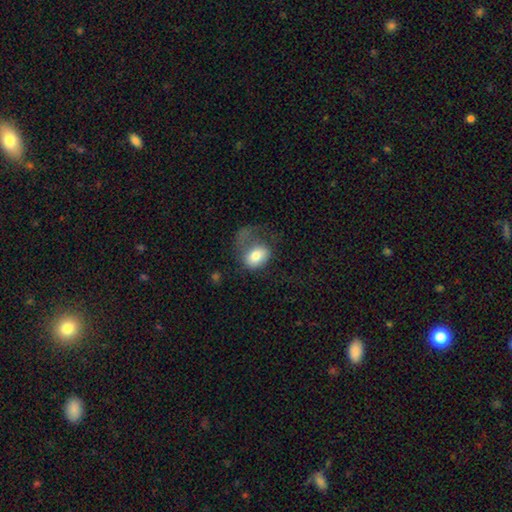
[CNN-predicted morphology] Smooth or featured: smooth — 73% (featured or disk — 20%)
How rounded: in between — 75% (round — 23%)
Merging: major disturbance — 57% (none — 20%)